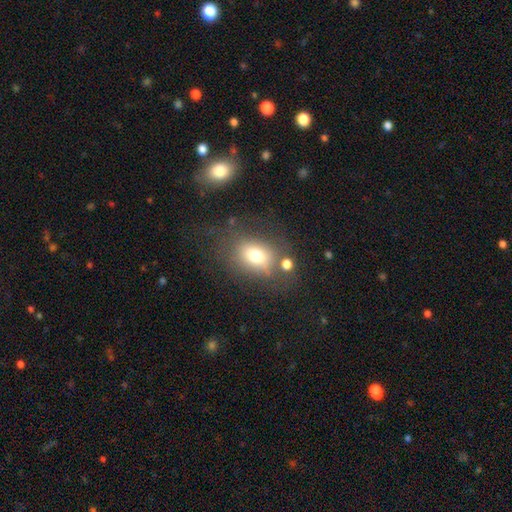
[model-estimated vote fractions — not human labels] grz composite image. It shows a smooth galaxy with no disk features (72%) that is in between round and cigar-shaped (63%). Merging: none (57%).